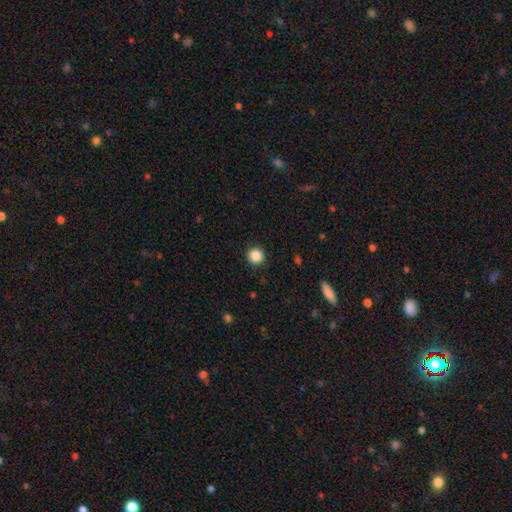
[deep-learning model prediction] A smooth galaxy with no disk features (87%) that is round (94%). Merging: none (92%).